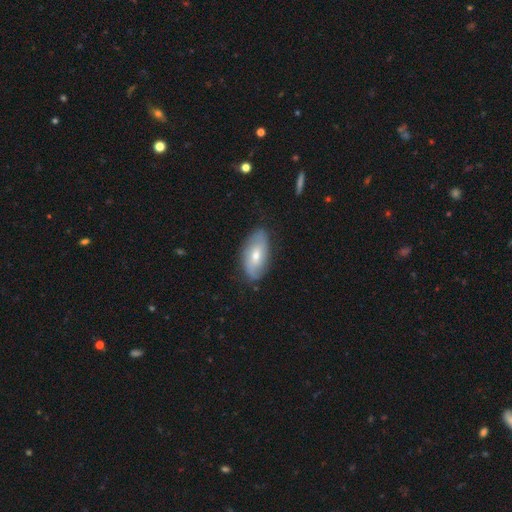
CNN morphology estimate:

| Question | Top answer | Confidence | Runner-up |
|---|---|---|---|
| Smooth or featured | smooth | 52% | featured or disk (42%) |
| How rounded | in between | 91% | cigar-shaped (5%) |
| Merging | none | 80% | minor disturbance (15%) |